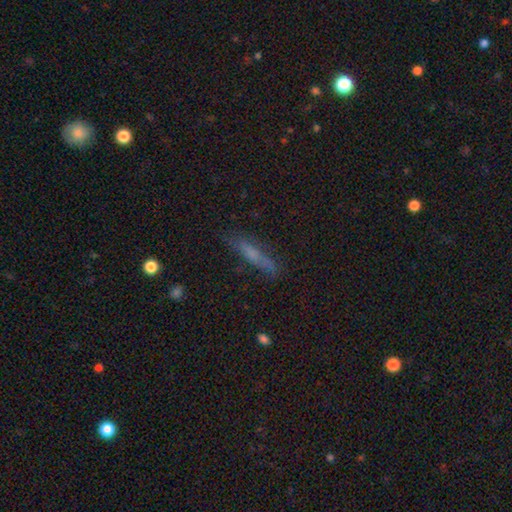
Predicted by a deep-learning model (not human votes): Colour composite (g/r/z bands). It shows a smooth galaxy with no disk features (54%) that is cigar-shaped (87%). Merging: none (78%).